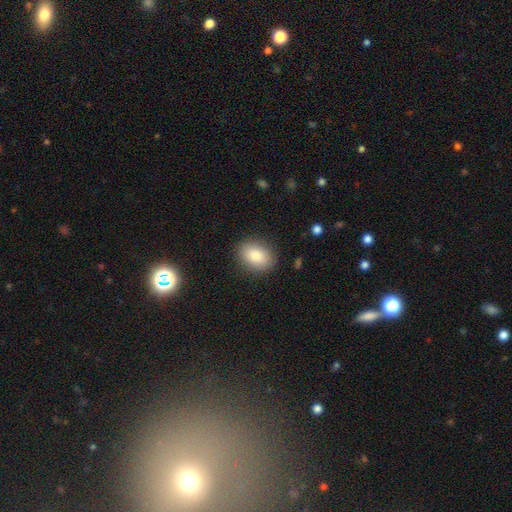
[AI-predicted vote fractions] Smooth or featured? Predicted: smooth (p=0.83). How rounded? Predicted: in between (p=0.72). Merging? Predicted: none (p=0.88).